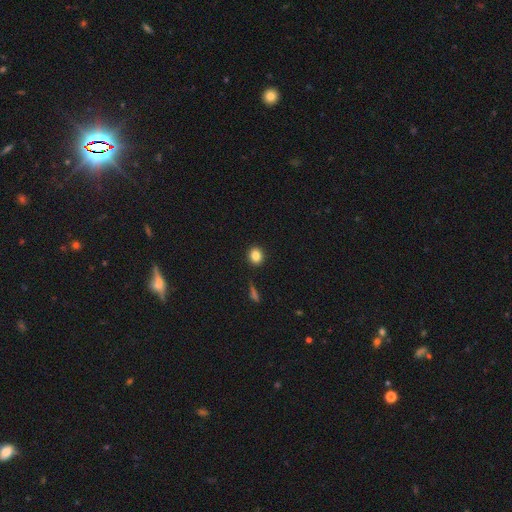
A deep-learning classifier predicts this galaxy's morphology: type=smooth (84%); roundness=round (74%); merging=none (90%).